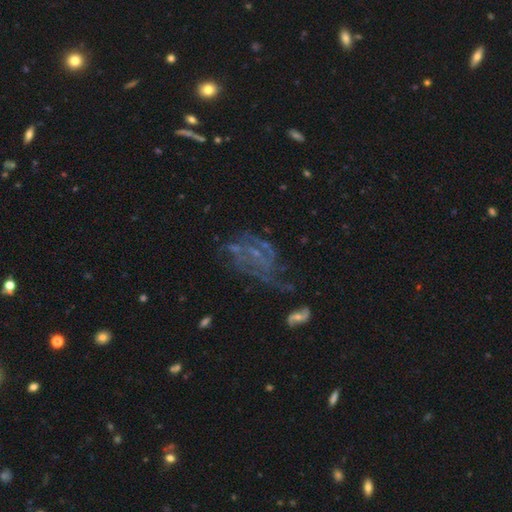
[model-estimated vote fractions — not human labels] Q: Smooth or featured?
A: featured or disk (63%); runner-up: star or artifact (22%)
Q: Edge-on disk?
A: no (96%); runner-up: yes (4%)
Q: Bar?
A: no (62%); runner-up: weak (30%)
Q: Spiral arms?
A: yes (67%); runner-up: no (33%)
Q: Bulge size?
A: small (47%); runner-up: none (40%)
Q: Merging?
A: none (41%); runner-up: major disturbance (31%)